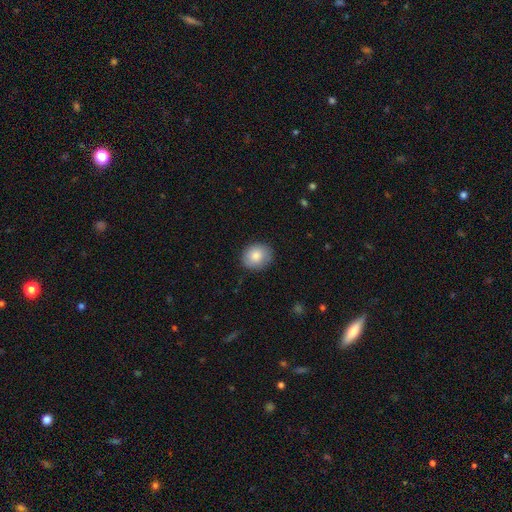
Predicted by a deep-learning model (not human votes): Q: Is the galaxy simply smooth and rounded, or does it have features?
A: smooth — 84%.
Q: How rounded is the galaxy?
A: round — 65%.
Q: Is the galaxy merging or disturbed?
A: none — 85%.